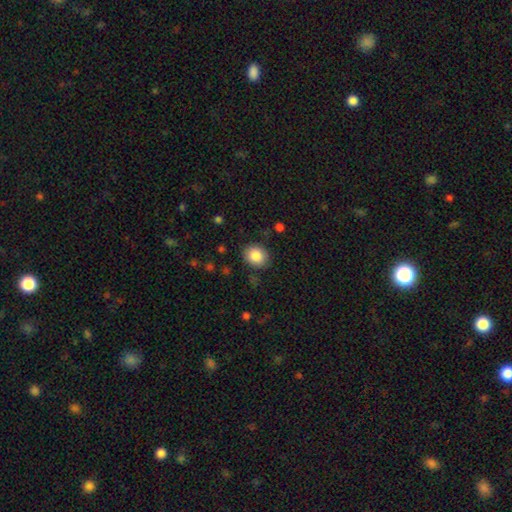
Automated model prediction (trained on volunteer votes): Smooth or featured? Predicted: smooth (p=0.86). How rounded? Predicted: round (p=0.61). Merging? Predicted: none (p=0.86).